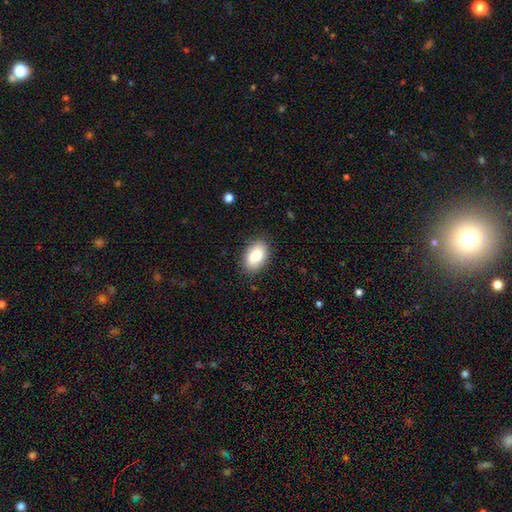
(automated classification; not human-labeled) Smooth or featured?
  - smooth: 86% *
  - featured or disk: 7%
  - star or artifact: 7%
How rounded?
  - in between: 91% *
  - round: 7%
  - cigar-shaped: 1%
Merging?
  - none: 85% *
  - minor disturbance: 12%
  - major disturbance: 3%
  - merger: 1%